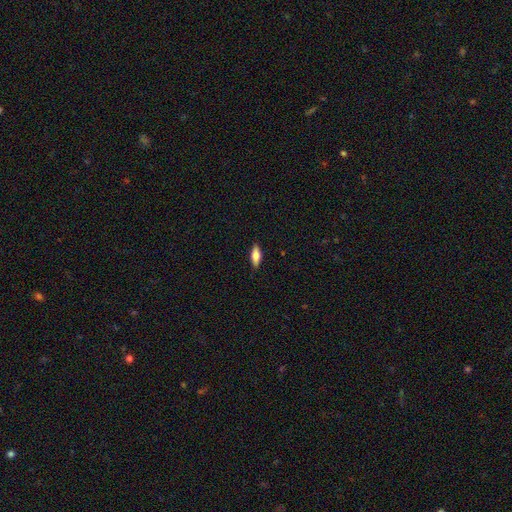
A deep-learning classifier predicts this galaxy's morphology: Smooth or featured? Predicted: smooth (p=0.67). How rounded? Predicted: in between (p=0.69). Merging? Predicted: none (p=0.89).